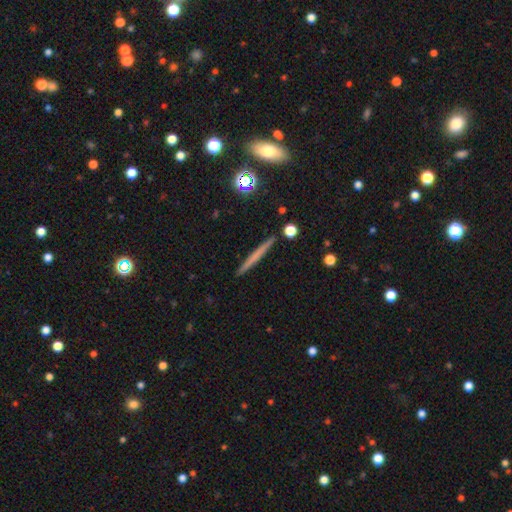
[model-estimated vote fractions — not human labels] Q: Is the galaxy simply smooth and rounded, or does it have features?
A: smooth — 51%.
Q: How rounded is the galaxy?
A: cigar-shaped — 95%.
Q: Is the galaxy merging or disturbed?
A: none — 92%.